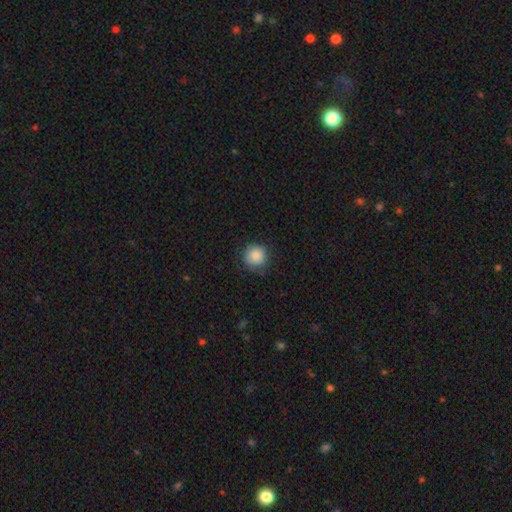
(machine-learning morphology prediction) smooth 87%, star or artifact 9%, featured or disk 4%. Down the decision tree: how rounded — round (92%); merging — none (81%).